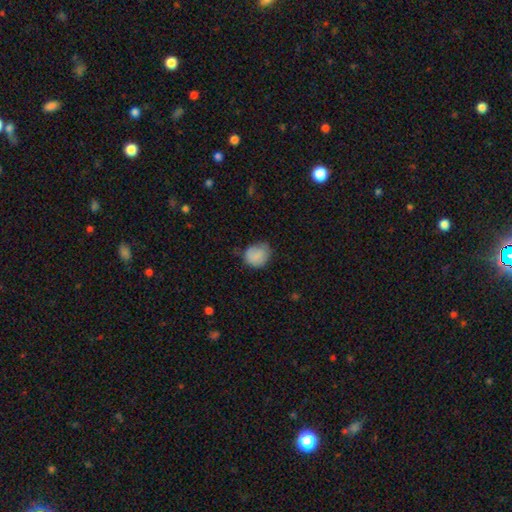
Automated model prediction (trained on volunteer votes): Smooth or featured?
  - smooth: 83% *
  - featured or disk: 9%
  - star or artifact: 8%
How rounded?
  - round: 66% *
  - in between: 33%
  - cigar-shaped: 1%
Merging?
  - none: 58% *
  - minor disturbance: 33%
  - major disturbance: 8%
  - merger: 1%